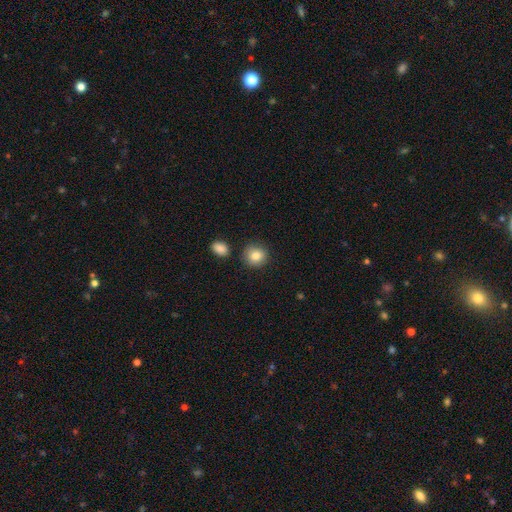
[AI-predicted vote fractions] Overall: smooth (86%). How rounded: round (87%). Merging: none (85%).